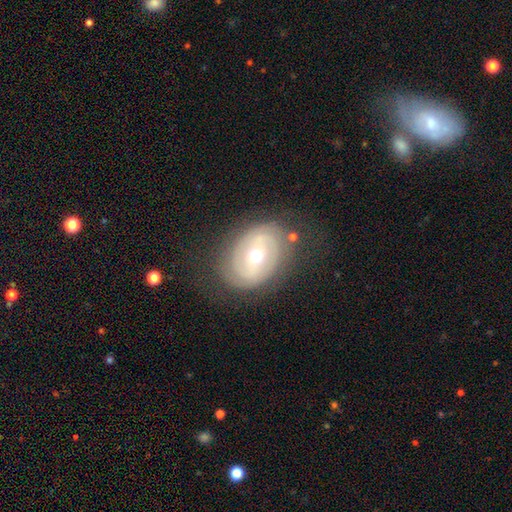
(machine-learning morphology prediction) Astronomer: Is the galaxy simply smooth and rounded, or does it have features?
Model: featured or disk — 72%.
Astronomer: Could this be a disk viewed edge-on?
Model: no — 95%.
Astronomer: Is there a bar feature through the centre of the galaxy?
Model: no — 45% (runner-up: weak, 38%).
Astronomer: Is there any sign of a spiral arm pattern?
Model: yes — 70%.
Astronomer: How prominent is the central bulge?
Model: moderate — 67%.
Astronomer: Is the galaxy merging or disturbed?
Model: none — 74%.